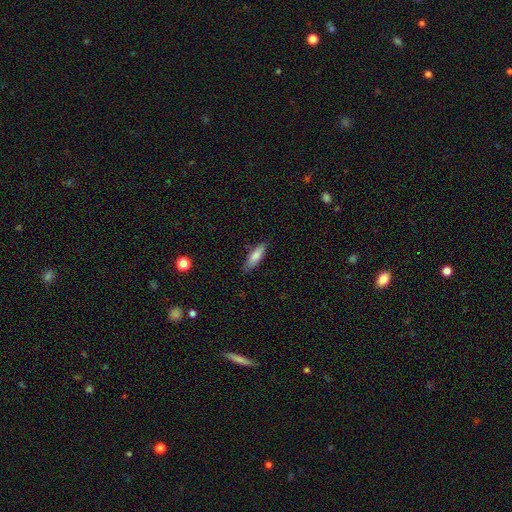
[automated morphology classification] Smooth or featured?
  - smooth: 83% *
  - featured or disk: 11%
  - star or artifact: 6%
How rounded?
  - cigar-shaped: 54% *
  - in between: 44%
  - round: 2%
Merging?
  - none: 82% *
  - minor disturbance: 14%
  - major disturbance: 3%
  - merger: 1%